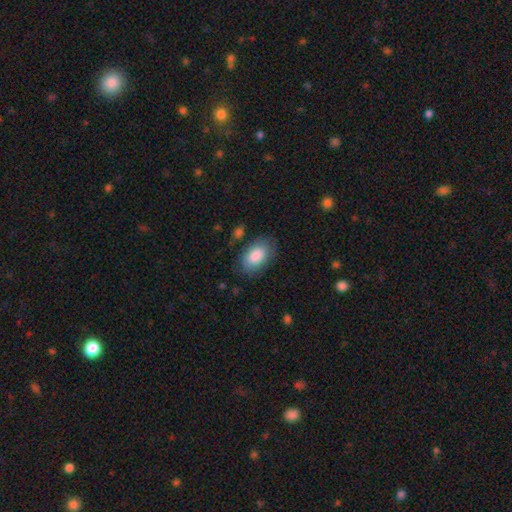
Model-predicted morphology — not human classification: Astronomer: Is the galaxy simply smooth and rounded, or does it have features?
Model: smooth — 85%.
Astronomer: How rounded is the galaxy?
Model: in between — 93%.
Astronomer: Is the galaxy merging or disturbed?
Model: none — 78%.